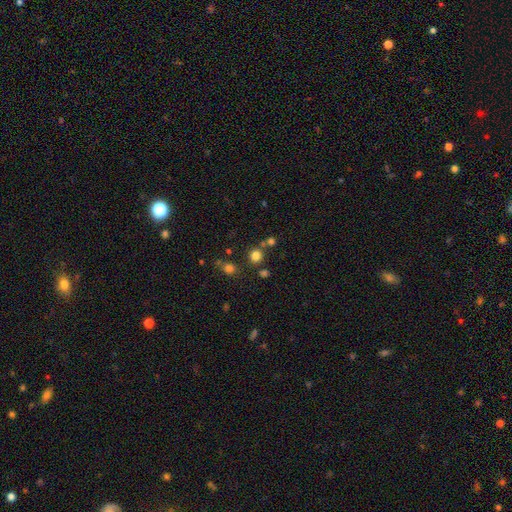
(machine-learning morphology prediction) The model was most divided on "smooth or featured": smooth: 78%, star or artifact: 17%, featured or disk: 6%. More confident: how rounded — round (86%); merging — none (75%).